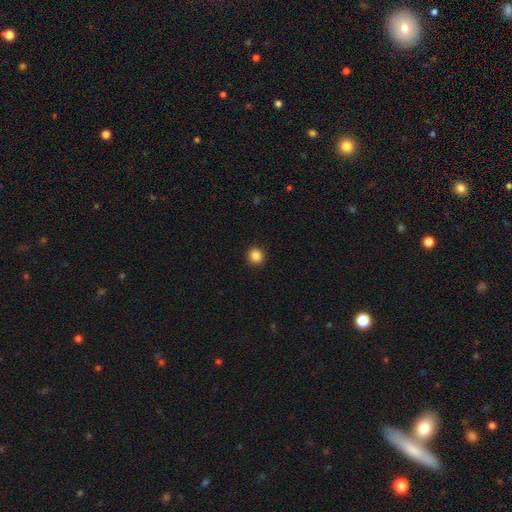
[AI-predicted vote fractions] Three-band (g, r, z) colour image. It shows a smooth galaxy with no disk features (87%) that is round (91%). Merging: none (93%).